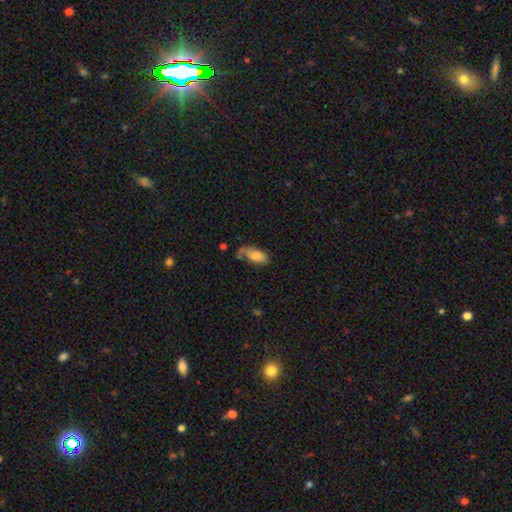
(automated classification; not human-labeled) A smooth galaxy with no disk features (75%) that is in between round and cigar-shaped (91%).

Vote fractions:
- Smooth or featured? smooth: 75% / featured or disk: 17% / star or artifact: 8%
- How rounded? in between: 91% / cigar-shaped: 6% / round: 3%
- Merging? none: 40% / minor disturbance: 31% / major disturbance: 19% / merger: 10%